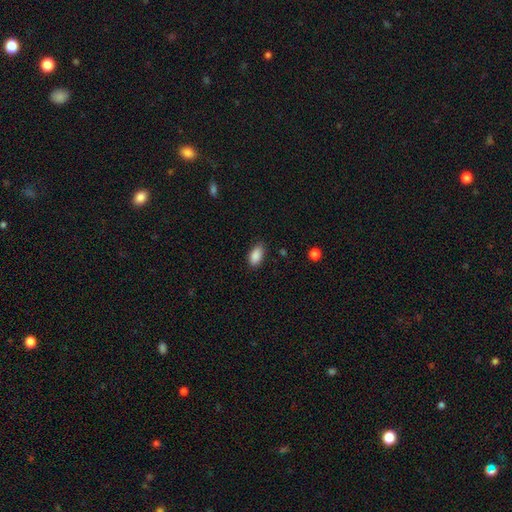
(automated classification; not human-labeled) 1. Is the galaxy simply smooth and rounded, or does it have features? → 89% smooth, 8% star or artifact, 3% featured or disk.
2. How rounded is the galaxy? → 92% in between, 4% round, 4% cigar-shaped.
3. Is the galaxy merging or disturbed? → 81% none, 16% minor disturbance, 3% major disturbance, 1% merger.